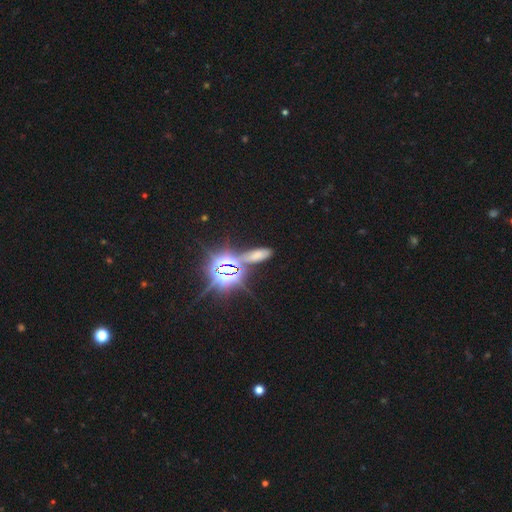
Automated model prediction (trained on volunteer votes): Smooth or featured: star or artifact — 46% (smooth — 43%)